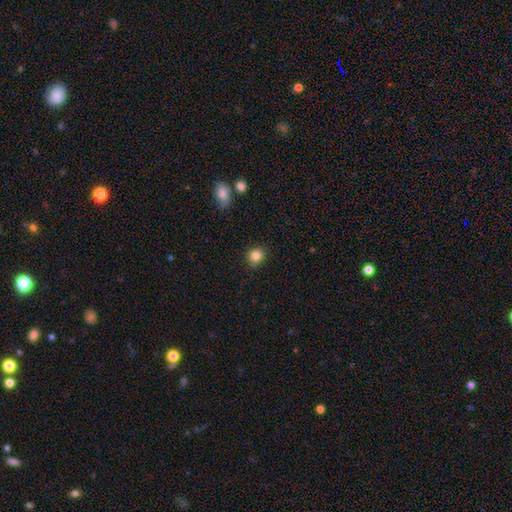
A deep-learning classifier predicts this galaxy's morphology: smooth-or-featured: smooth: 84% | star or artifact: 11% | featured or disk: 6%
  how-rounded: round: 78% | in between: 21% | cigar-shaped: 1%
  merging: none: 87% | minor disturbance: 9% | major disturbance: 2% | merger: 1%